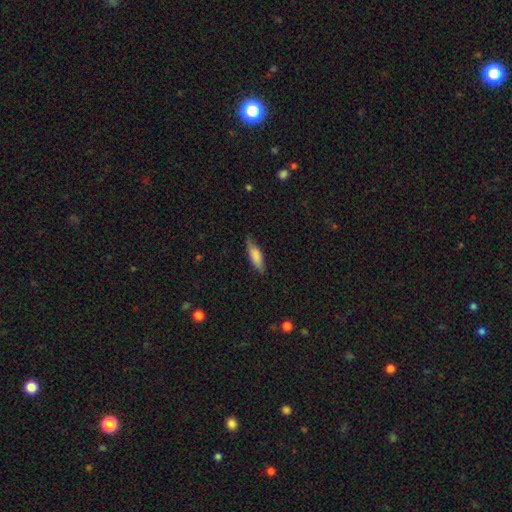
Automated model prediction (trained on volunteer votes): smooth 77%, featured or disk 17%, star or artifact 6%. Down the decision tree: how rounded — in between (54%); merging — none (67%).